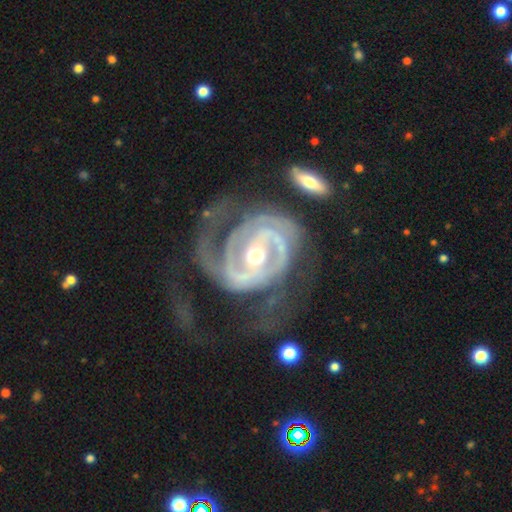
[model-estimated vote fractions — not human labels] A featured or disk galaxy (91%) with a weak bar (34%), 2 (67%) medium (43%) spiral arms (93%) and a moderate central bulge (75%). Merging: none (44%).